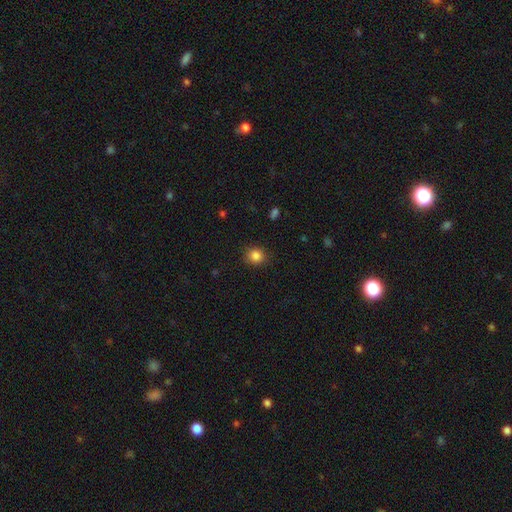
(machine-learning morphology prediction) smooth_or_featured: smooth (p=0.85) [alt: star or artifact p=0.11]
how_rounded: round (p=0.84) [alt: in between p=0.15]
merging: none (p=0.86) [alt: minor disturbance p=0.10]